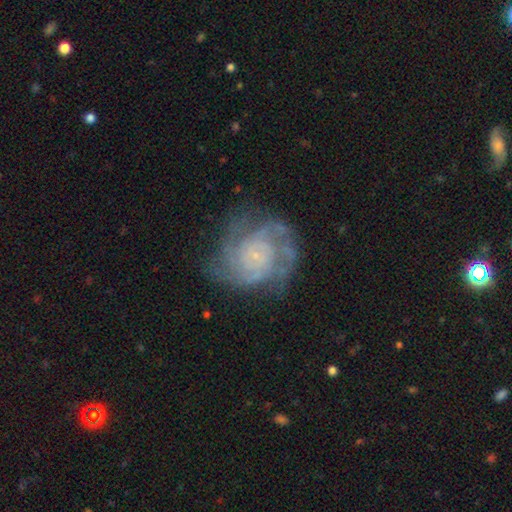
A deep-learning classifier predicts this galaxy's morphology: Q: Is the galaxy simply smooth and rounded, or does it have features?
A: featured or disk — 84%.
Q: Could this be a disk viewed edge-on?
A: no — 98%.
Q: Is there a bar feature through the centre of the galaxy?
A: no — 74%.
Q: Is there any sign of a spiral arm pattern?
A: yes — 96%.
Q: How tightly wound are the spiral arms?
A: tight — 57%.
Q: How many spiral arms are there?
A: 3 — 28%.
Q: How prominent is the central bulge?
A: small — 69%.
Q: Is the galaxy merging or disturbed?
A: none — 70%.